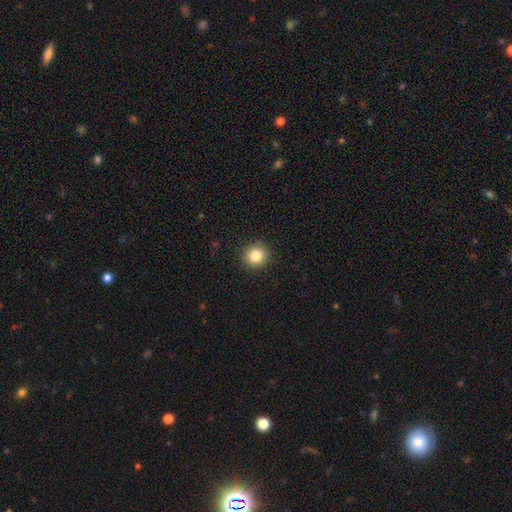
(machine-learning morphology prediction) The model was most divided on "smooth or featured": smooth: 84%, star or artifact: 10%, featured or disk: 6%. More confident: how rounded — round (92%); merging — none (92%).